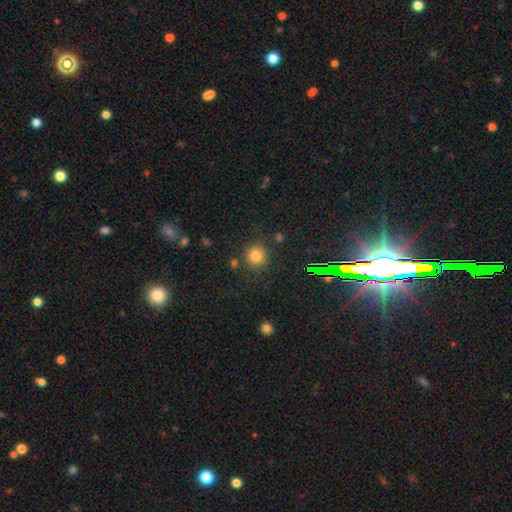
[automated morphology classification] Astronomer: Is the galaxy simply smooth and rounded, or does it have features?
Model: smooth — 79%.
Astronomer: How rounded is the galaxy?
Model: round — 92%.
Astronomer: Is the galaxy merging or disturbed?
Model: none — 82%.